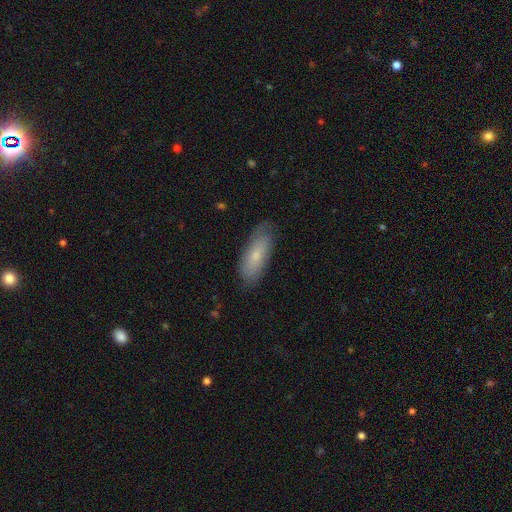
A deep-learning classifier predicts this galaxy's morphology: Smooth or featured: smooth — 70% (featured or disk — 24%)
How rounded: in between — 70% (cigar-shaped — 28%)
Merging: none — 78% (minor disturbance — 18%)